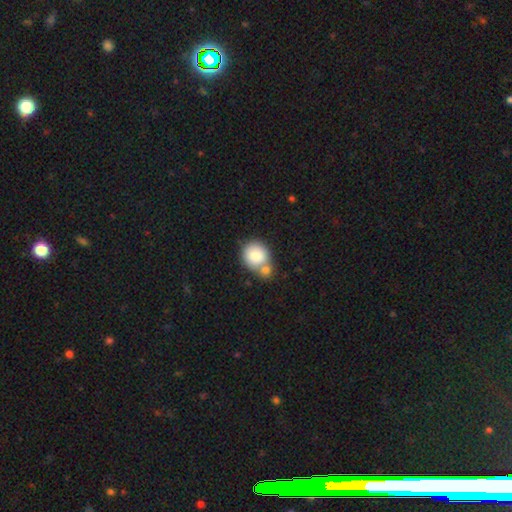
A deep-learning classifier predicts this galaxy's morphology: smooth 83%, featured or disk 9%, star or artifact 8%. Down the decision tree: how rounded — round (80%); merging — merger (45%).